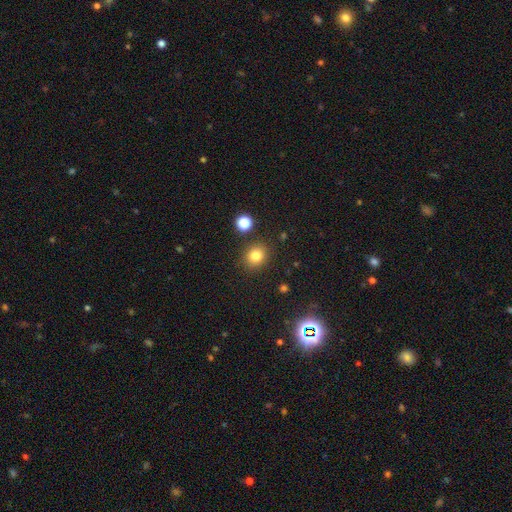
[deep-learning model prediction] Smooth or featured?
  - smooth: 80% *
  - star or artifact: 14%
  - featured or disk: 6%
How rounded?
  - round: 76% *
  - in between: 23%
  - cigar-shaped: 1%
Merging?
  - none: 86% *
  - minor disturbance: 8%
  - merger: 3%
  - major disturbance: 3%